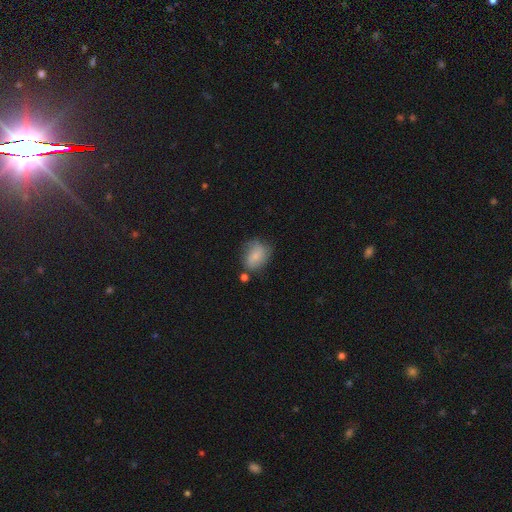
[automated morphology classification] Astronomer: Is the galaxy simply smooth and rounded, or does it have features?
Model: smooth — 73%.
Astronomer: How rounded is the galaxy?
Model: in between — 62%.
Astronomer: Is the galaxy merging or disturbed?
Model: none — 58%.